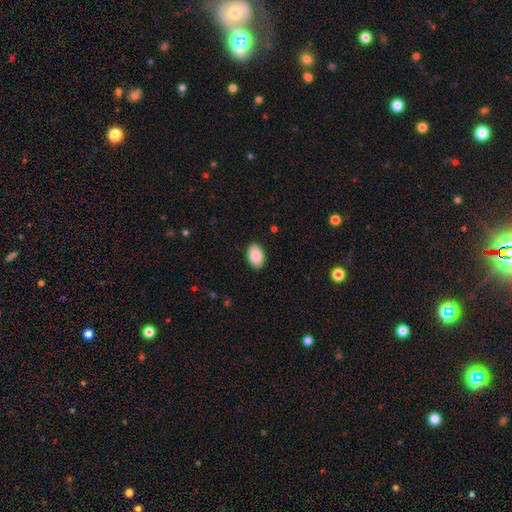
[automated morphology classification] Q: Smooth or featured?
A: smooth (85%); runner-up: featured or disk (8%)
Q: How rounded?
A: in between (89%); runner-up: round (10%)
Q: Merging?
A: none (87%); runner-up: minor disturbance (10%)